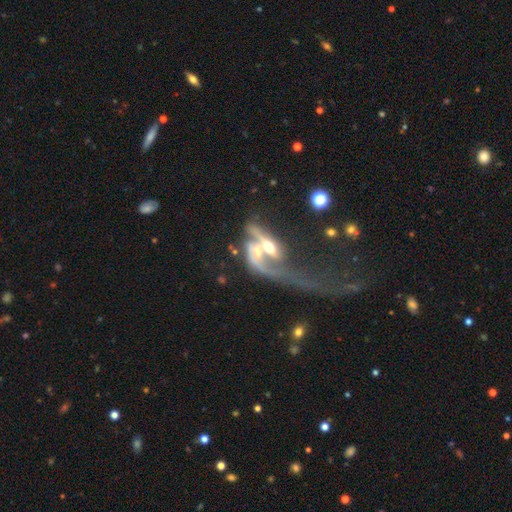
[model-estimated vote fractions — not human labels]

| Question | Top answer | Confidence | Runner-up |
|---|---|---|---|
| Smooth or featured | featured or disk | 70% | smooth (21%) |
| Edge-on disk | no | 83% | yes (17%) |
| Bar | no | 51% | weak (29%) |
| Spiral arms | yes | 67% | no (33%) |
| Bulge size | moderate | 57% | large (19%) |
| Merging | merger | 66% | major disturbance (19%) |